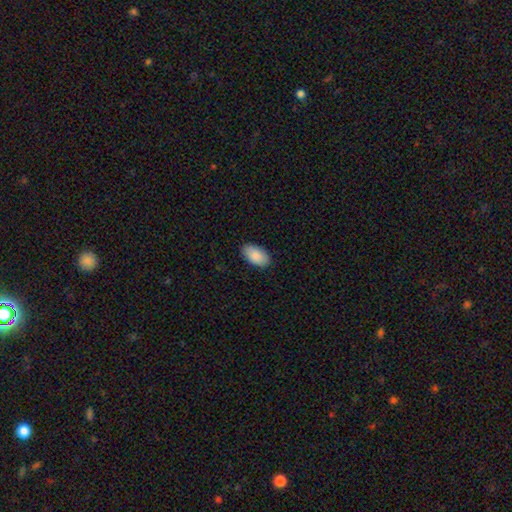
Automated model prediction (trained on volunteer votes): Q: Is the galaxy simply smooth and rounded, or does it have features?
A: smooth — 88%.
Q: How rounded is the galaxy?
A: in between — 95%.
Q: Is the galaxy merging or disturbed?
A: none — 89%.